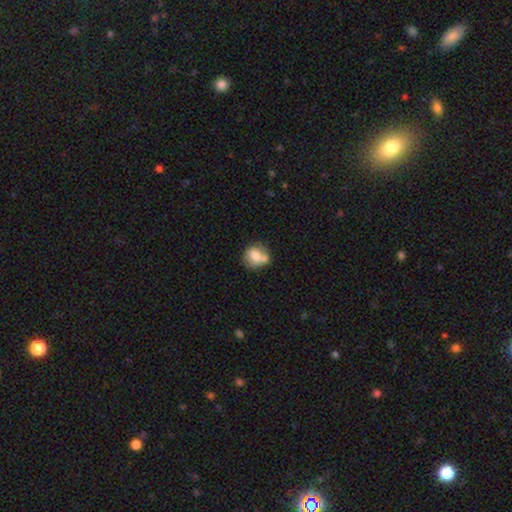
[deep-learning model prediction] smooth-or-featured: smooth: 72% | featured or disk: 20% | star or artifact: 8%
  how-rounded: round: 72% | in between: 27% | cigar-shaped: 1%
  merging: none: 42% | merger: 37% | minor disturbance: 16% | major disturbance: 6%